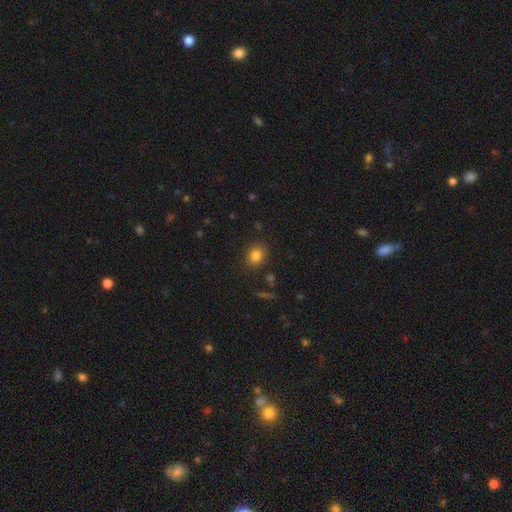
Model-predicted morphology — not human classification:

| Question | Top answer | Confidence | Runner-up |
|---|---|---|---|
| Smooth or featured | smooth | 82% | star or artifact (12%) |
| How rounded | round | 64% | in between (35%) |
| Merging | none | 86% | minor disturbance (9%) |